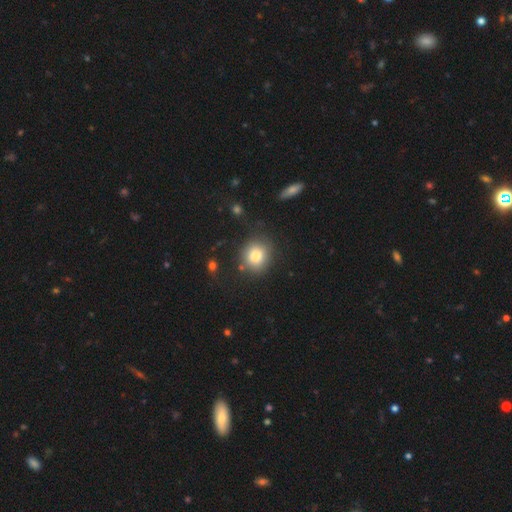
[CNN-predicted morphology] Overall: smooth (80%). How rounded: round (82%). Merging: none (81%).